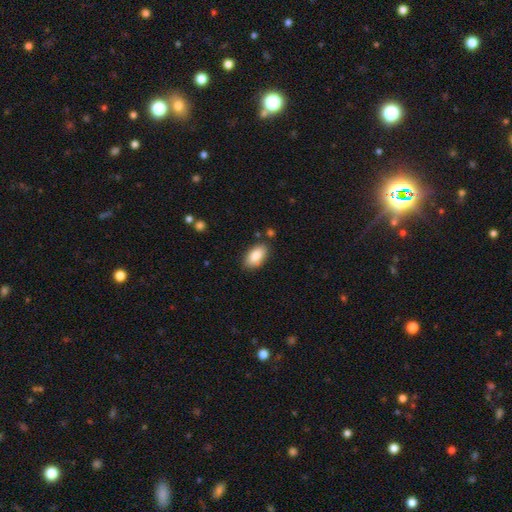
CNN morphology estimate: Smooth or featured?
  - smooth: 84% *
  - featured or disk: 9%
  - star or artifact: 7%
How rounded?
  - in between: 94% *
  - round: 4%
  - cigar-shaped: 2%
Merging?
  - none: 83% *
  - minor disturbance: 12%
  - merger: 3%
  - major disturbance: 2%